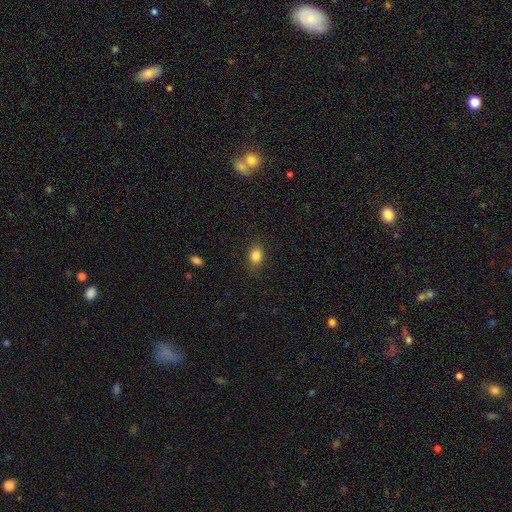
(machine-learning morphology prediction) Q: Smooth or featured?
A: smooth (84%); runner-up: star or artifact (9%)
Q: How rounded?
A: in between (79%); runner-up: round (19%)
Q: Merging?
A: none (86%); runner-up: minor disturbance (10%)